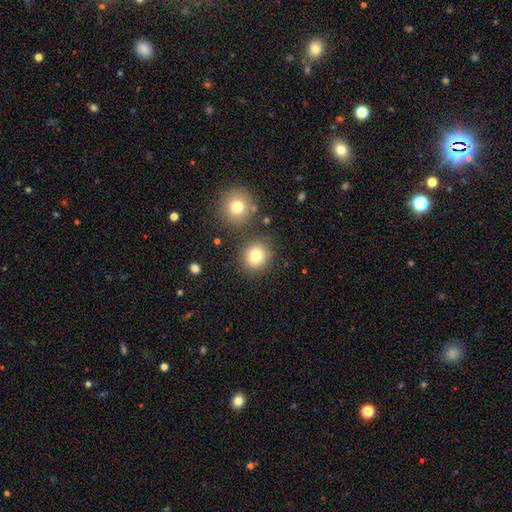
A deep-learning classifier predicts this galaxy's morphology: Q: Smooth or featured?
A: smooth (80%); runner-up: star or artifact (12%)
Q: How rounded?
A: round (86%); runner-up: in between (13%)
Q: Merging?
A: none (80%); runner-up: minor disturbance (8%)